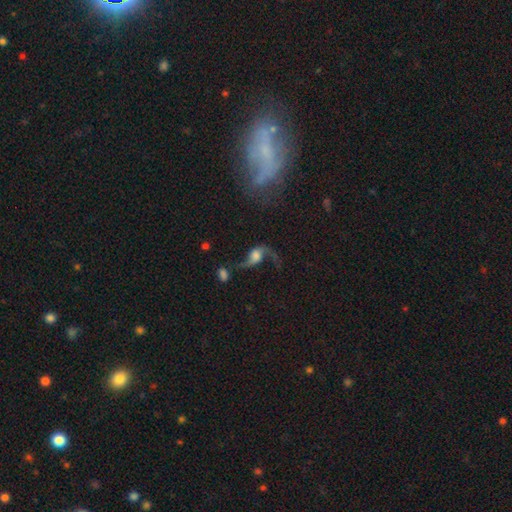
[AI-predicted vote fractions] Smooth or featured?
  - featured or disk: 79% *
  - smooth: 13%
  - star or artifact: 9%
Edge-on disk?
  - no: 96% *
  - yes: 4%
Bar?
  - no: 58% *
  - weak: 33%
  - strong: 10%
Spiral arms?
  - yes: 94% *
  - no: 6%
Spiral winding?
  - loose: 89% *
  - medium: 8%
  - tight: 2%
Spiral arm count?
  - 2: 87% *
  - 1: 9%
  - can't tell: 2%
  - 3: 1%
  - 4: 1%
  - more than 4: 1%
Bulge size?
  - large: 32% *
  - moderate: 29%
  - small: 17%
  - none: 14%
  - dominant: 8%
Merging?
  - none: 50% *
  - major disturbance: 25%
  - minor disturbance: 15%
  - merger: 10%